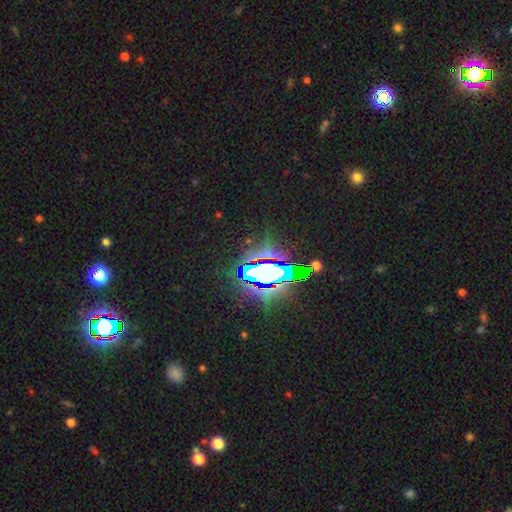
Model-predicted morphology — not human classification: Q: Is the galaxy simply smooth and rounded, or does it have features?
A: star or artifact — 81%.